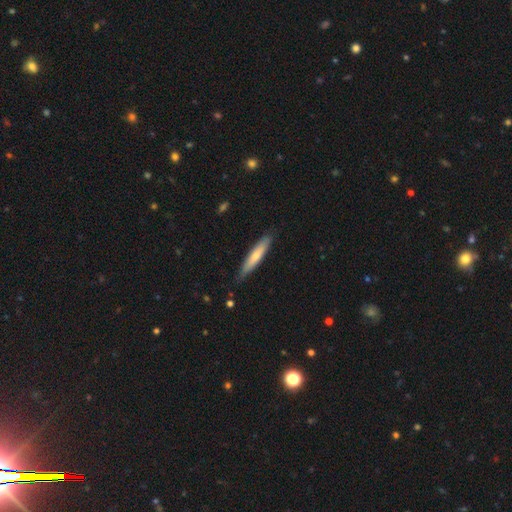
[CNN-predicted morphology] Smooth or featured? Predicted: smooth (p=0.65). How rounded? Predicted: cigar-shaped (p=0.88). Merging? Predicted: none (p=0.82).